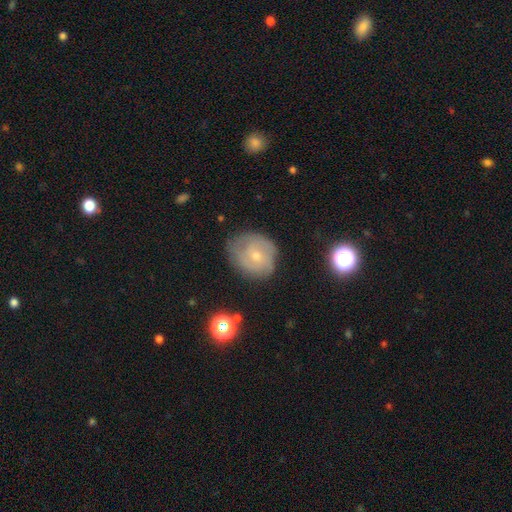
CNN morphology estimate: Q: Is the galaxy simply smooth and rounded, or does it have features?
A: featured or disk — 49%.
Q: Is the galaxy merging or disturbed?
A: none — 59%.